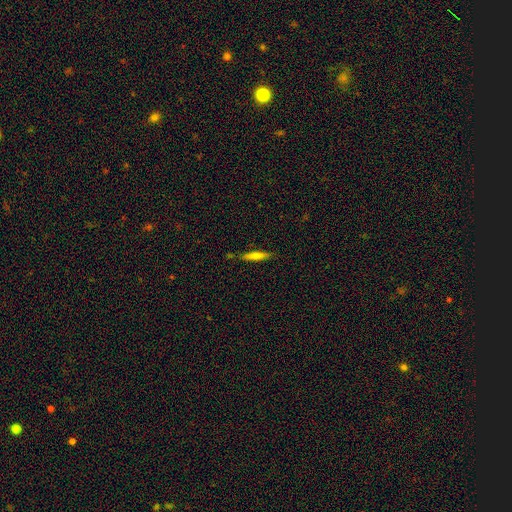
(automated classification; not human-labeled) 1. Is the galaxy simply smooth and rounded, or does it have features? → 65% smooth, 28% featured or disk, 7% star or artifact.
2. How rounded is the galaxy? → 90% cigar-shaped, 9% in between, 2% round.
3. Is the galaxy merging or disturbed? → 83% none, 12% minor disturbance, 3% merger, 2% major disturbance.